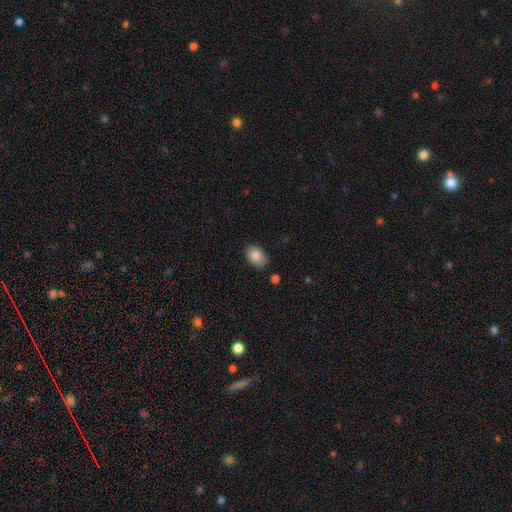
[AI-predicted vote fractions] Morphology: type=smooth (87%); roundness=in between (86%); merging=none (84%).